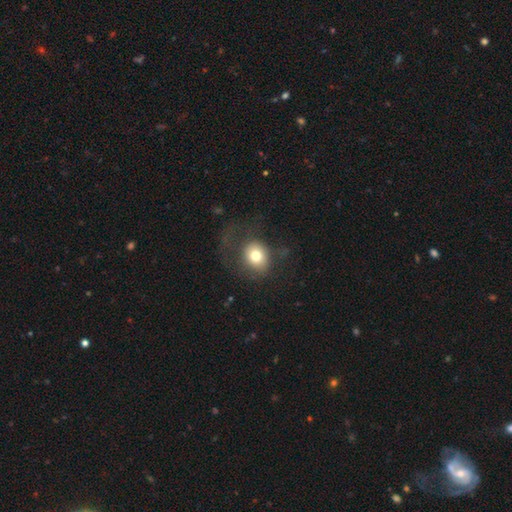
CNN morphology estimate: Smooth or featured? Predicted: smooth (p=0.73). How rounded? Predicted: round (p=0.67). Merging? Predicted: none (p=0.50).